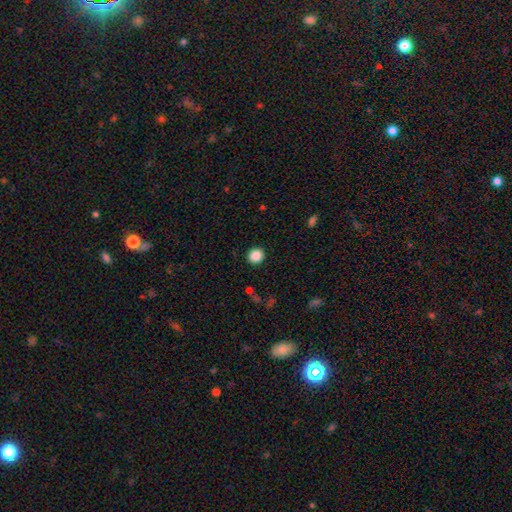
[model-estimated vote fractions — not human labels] Smooth or featured?
  - smooth: 88% *
  - star or artifact: 10%
  - featured or disk: 3%
How rounded?
  - round: 88% *
  - in between: 11%
  - cigar-shaped: 1%
Merging?
  - none: 91% *
  - minor disturbance: 6%
  - major disturbance: 2%
  - merger: 1%